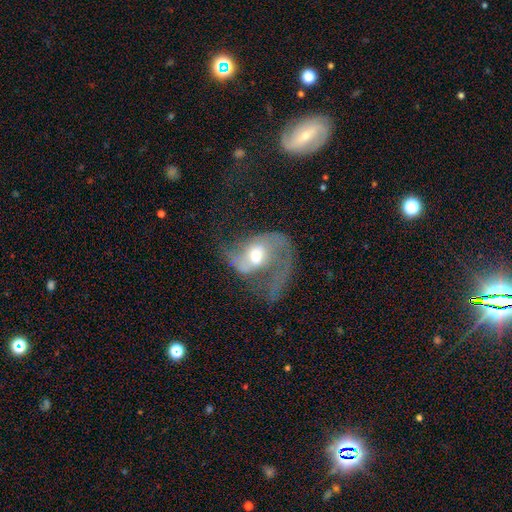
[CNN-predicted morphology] featured or disk 71%, smooth 22%, star or artifact 8%. Down the decision tree: edge-on disk — no (96%); bar — no (52%); spiral arms — yes (78%); spiral arm count — 2 (62%); spiral winding — loose (63%); bulge size — moderate (67%); merging — major disturbance (56%).